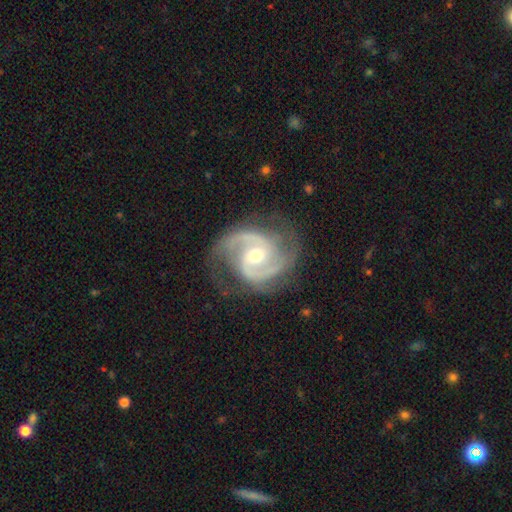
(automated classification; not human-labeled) Smooth or featured: featured or disk — 92% (star or artifact — 4%)
Edge-on disk: no — 98% (yes — 2%)
Bar: no — 46% (weak — 41%)
Spiral arms: yes — 98% (no — 2%)
Spiral winding: medium — 56% (tight — 32%)
Spiral arm count: 2 — 81% (3 — 10%)
Bulge size: moderate — 59% (small — 36%)
Merging: none — 74% (minor disturbance — 17%)